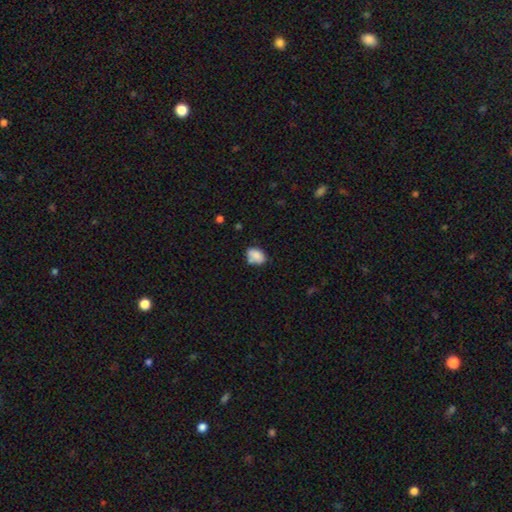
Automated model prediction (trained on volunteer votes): The model was most divided on "merging": none: 56%, minor disturbance: 24%, merger: 14%, major disturbance: 6%. More confident: smooth or featured — smooth (81%); how rounded — in between (79%).